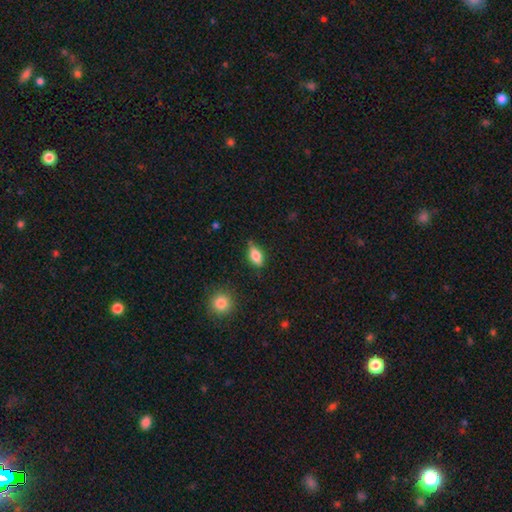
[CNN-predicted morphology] Smooth or featured? Predicted: smooth (p=0.71). How rounded? Predicted: in between (p=0.81). Merging? Predicted: none (p=0.74).